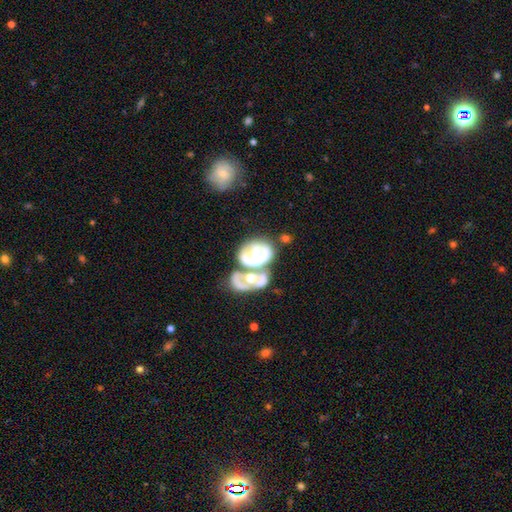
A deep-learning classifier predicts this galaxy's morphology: Smooth or featured? Predicted: featured or disk (p=0.65). Edge-on disk? Predicted: no (p=0.97). Bar? Predicted: no (p=0.79). Spiral arms? Predicted: no (p=0.55). Bulge size? Predicted: moderate (p=0.35). Merging? Predicted: merger (p=0.56).